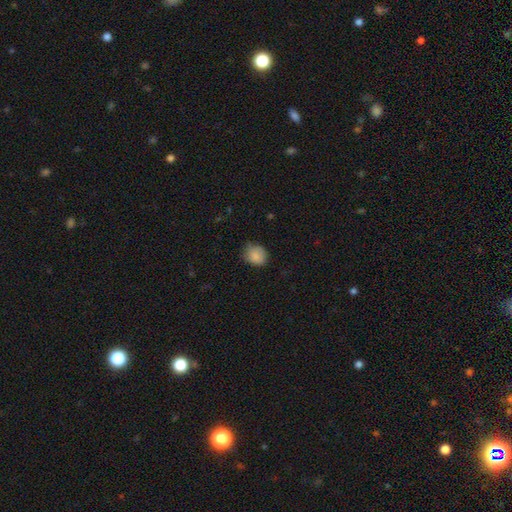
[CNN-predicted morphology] smooth_or_featured: smooth (p=0.86) [alt: star or artifact p=0.08]
how_rounded: round (p=0.54) [alt: in between p=0.45]
merging: none (p=0.67) [alt: minor disturbance p=0.26]